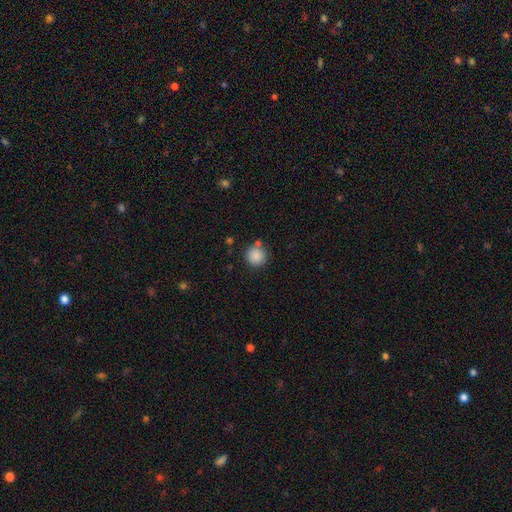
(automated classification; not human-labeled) This is clearly a smooth galaxy (87%). How rounded: clearly round (93%). Merging: likely none (76%).